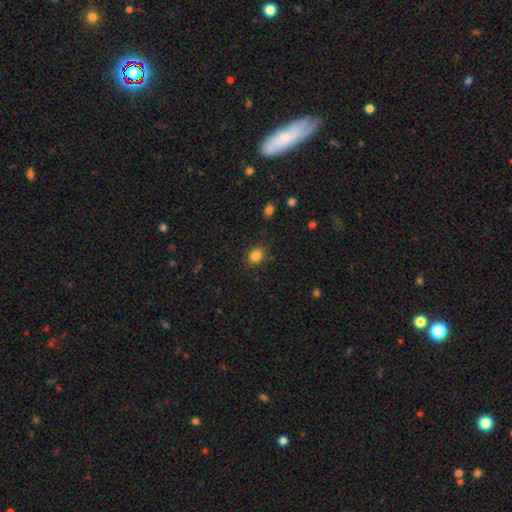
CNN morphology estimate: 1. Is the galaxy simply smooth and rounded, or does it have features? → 84% smooth, 11% star or artifact, 5% featured or disk.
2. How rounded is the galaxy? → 57% round, 42% in between, 1% cigar-shaped.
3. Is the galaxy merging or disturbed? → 85% none, 10% minor disturbance, 3% major disturbance, 2% merger.